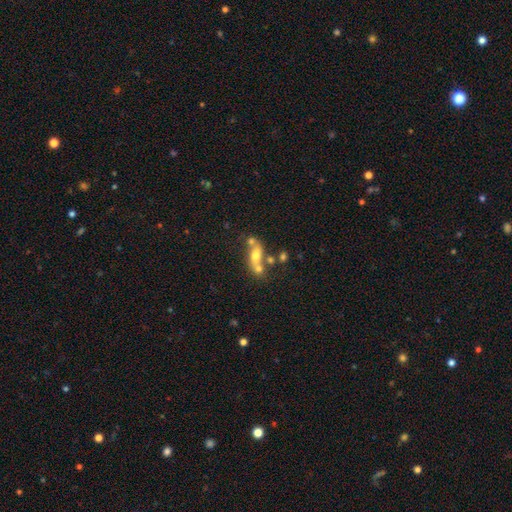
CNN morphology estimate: smooth_or_featured: smooth (p=0.56) [alt: featured or disk p=0.32]
how_rounded: in between (p=0.66) [alt: round p=0.18]
merging: merger (p=0.42) [alt: none p=0.38]